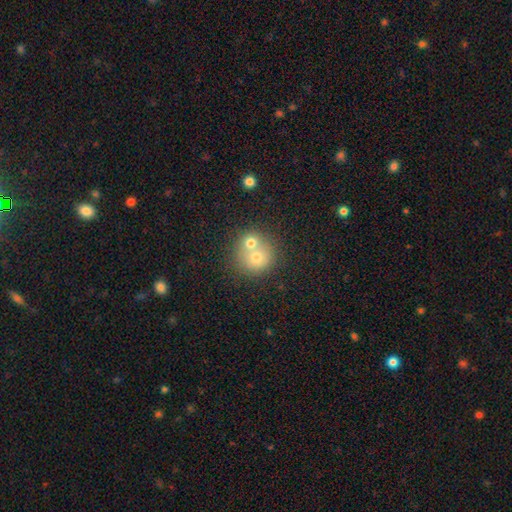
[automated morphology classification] A smooth galaxy with no disk features (68%) that is round (86%).

Vote fractions:
- Smooth or featured? smooth: 68% / featured or disk: 21% / star or artifact: 11%
- How rounded? round: 86% / in between: 13% / cigar-shaped: 1%
- Merging? merger: 58% / none: 34% / minor disturbance: 6% / major disturbance: 2%